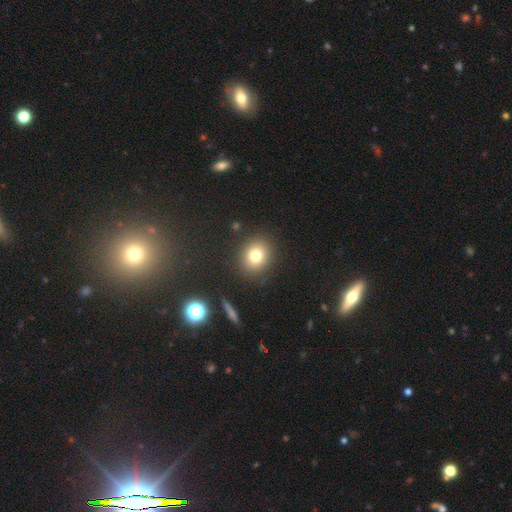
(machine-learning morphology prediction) Smooth or featured? smooth (78%)
How rounded? round (73%)
Merging? none (87%)